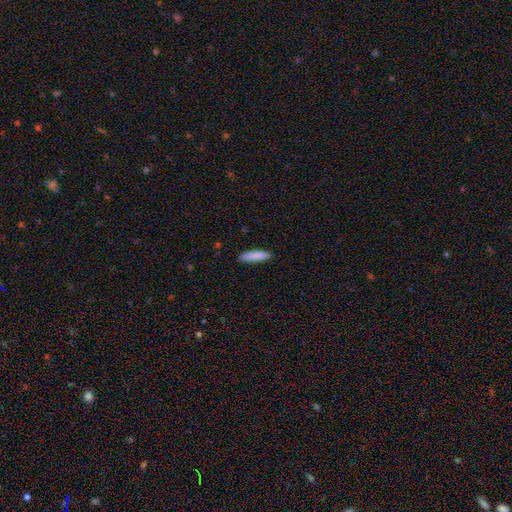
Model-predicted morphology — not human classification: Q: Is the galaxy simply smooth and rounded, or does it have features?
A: smooth — 87%.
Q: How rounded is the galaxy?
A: cigar-shaped — 77%.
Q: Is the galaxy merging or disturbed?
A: none — 88%.